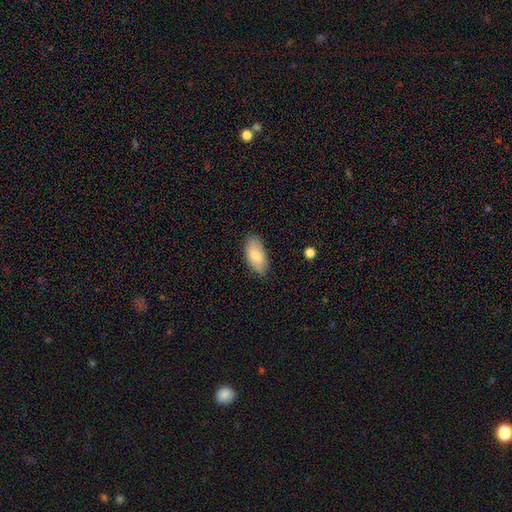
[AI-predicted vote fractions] Smooth or featured? smooth (77%)
How rounded? in between (92%)
Merging? none (82%)